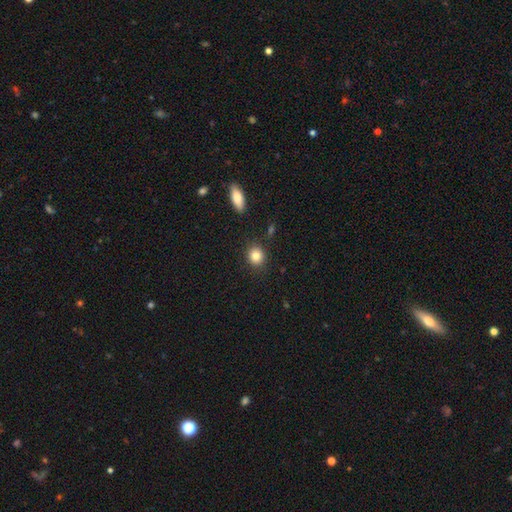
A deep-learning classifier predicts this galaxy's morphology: Overall: smooth (84%). How rounded: round (75%). Merging: none (87%).